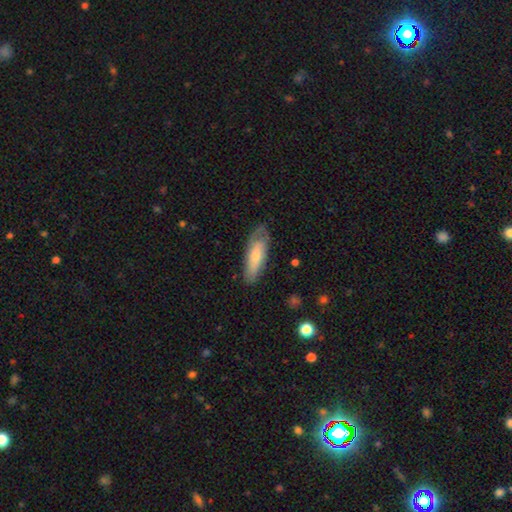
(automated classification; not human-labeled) Smooth or featured? smooth (60%)
How rounded? in between (60%)
Merging? none (68%)